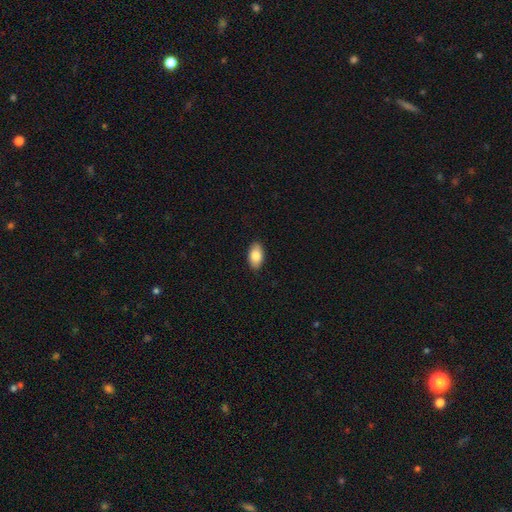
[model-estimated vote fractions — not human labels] Overall: smooth (85%). How rounded: in between (93%). Merging: none (89%).